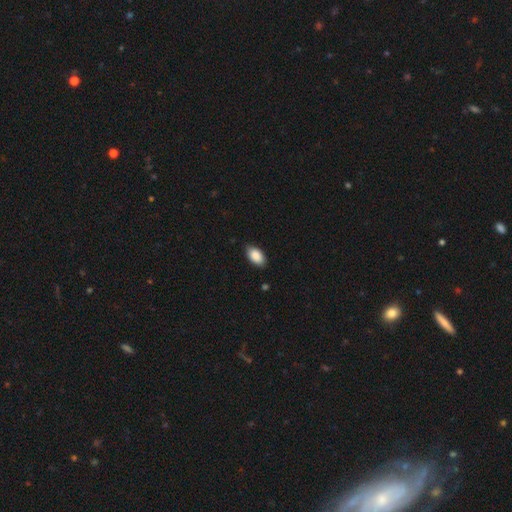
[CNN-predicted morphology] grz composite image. It shows a smooth galaxy with no disk features (89%) that is in between round and cigar-shaped (94%). Merging: none (85%).